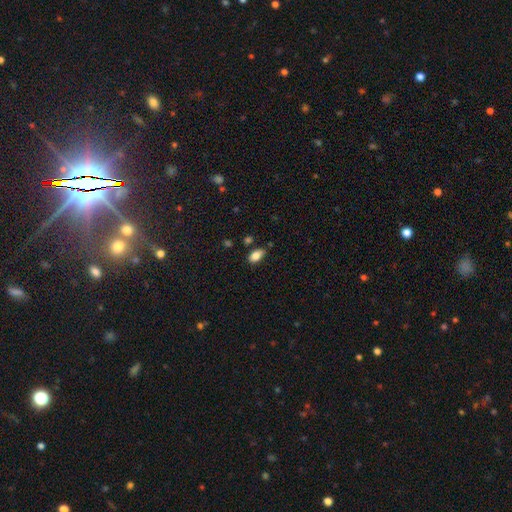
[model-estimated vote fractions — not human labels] smooth_or_featured: smooth (p=0.85) [alt: star or artifact p=0.08]
how_rounded: in between (p=0.92) [alt: round p=0.05]
merging: none (p=0.76) [alt: minor disturbance p=0.16]